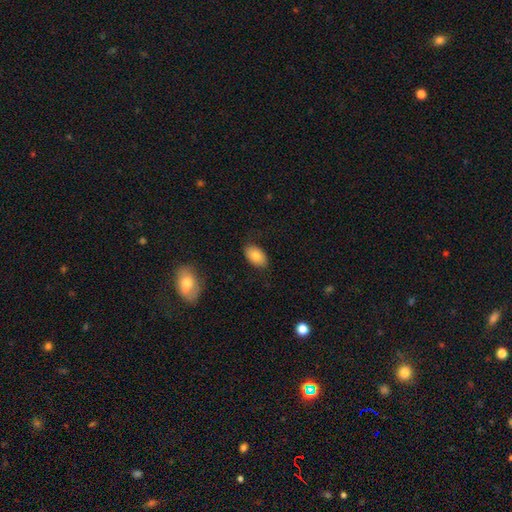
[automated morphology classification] A smooth galaxy with no disk features (80%) that is in between round and cigar-shaped (92%).

Vote fractions:
- Smooth or featured? smooth: 80% / featured or disk: 12% / star or artifact: 8%
- How rounded? in between: 92% / round: 7% / cigar-shaped: 1%
- Merging? none: 84% / minor disturbance: 12% / major disturbance: 3% / merger: 1%